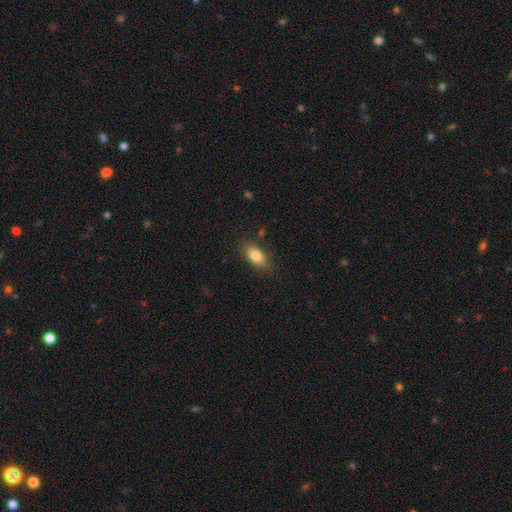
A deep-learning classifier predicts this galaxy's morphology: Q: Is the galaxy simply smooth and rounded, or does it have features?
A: smooth — 82%.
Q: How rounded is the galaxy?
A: in between — 85%.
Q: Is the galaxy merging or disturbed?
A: none — 83%.